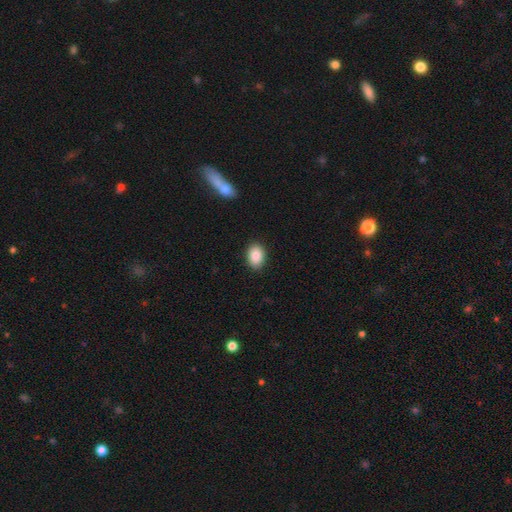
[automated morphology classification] Smooth or featured?
  - smooth: 88% *
  - star or artifact: 7%
  - featured or disk: 4%
How rounded?
  - in between: 82% *
  - round: 17%
  - cigar-shaped: 1%
Merging?
  - none: 89% *
  - minor disturbance: 8%
  - major disturbance: 2%
  - merger: 1%